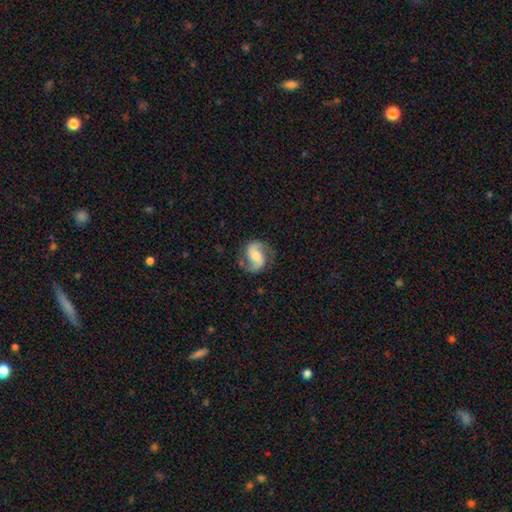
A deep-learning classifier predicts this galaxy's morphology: Smooth or featured? Predicted: featured or disk (p=0.87). Edge-on disk? Predicted: no (p=0.98). Bar? Predicted: no (p=0.44). Spiral arms? Predicted: yes (p=0.97). Spiral winding? Predicted: medium (p=0.53). Spiral arm count? Predicted: 2 (p=0.93). Bulge size? Predicted: moderate (p=0.55). Merging? Predicted: none (p=0.80).